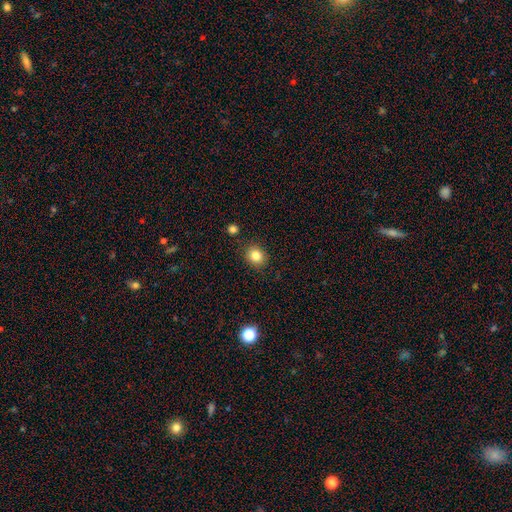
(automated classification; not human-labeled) A smooth galaxy with no disk features (83%) that is round (70%). Merging: none (87%).